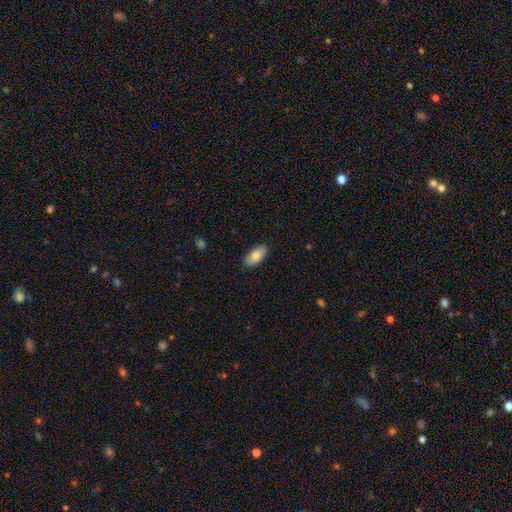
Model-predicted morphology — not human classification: type=smooth (82%); roundness=in between (93%); merging=none (87%).